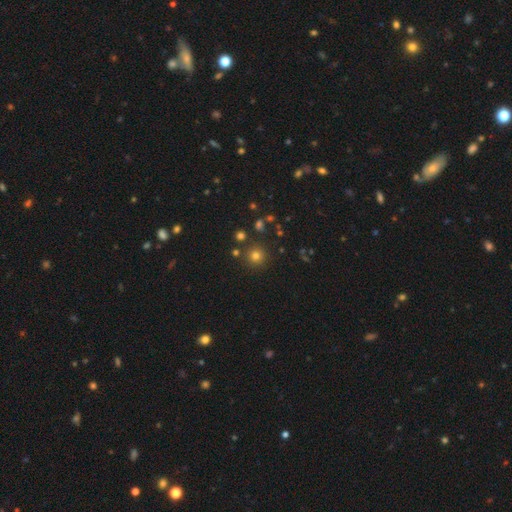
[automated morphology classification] Smooth or featured?
  - smooth: 75% *
  - star or artifact: 19%
  - featured or disk: 6%
How rounded?
  - round: 95% *
  - in between: 5%
  - cigar-shaped: 1%
Merging?
  - none: 86% *
  - minor disturbance: 7%
  - merger: 5%
  - major disturbance: 3%